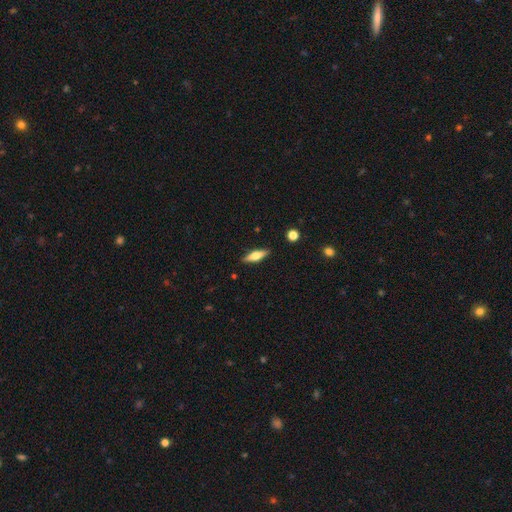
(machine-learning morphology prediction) Q: Smooth or featured?
A: smooth (48%); runner-up: featured or disk (46%)
Q: Merging?
A: none (89%); runner-up: minor disturbance (8%)